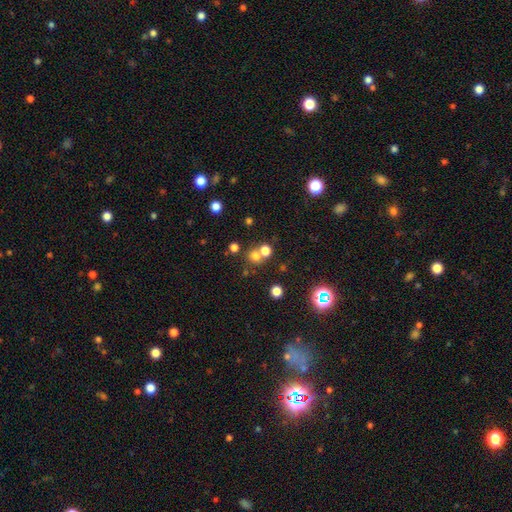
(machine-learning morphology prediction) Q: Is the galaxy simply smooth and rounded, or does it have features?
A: smooth — 67%.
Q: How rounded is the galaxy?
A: round — 86%.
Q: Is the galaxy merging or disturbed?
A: none — 57%.